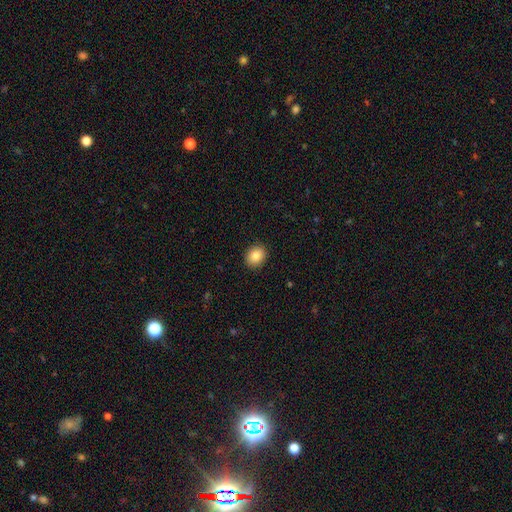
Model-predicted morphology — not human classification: smooth_or_featured: smooth (p=0.84) [alt: star or artifact p=0.09]
how_rounded: round (p=0.57) [alt: in between p=0.43]
merging: none (p=0.90) [alt: minor disturbance p=0.07]